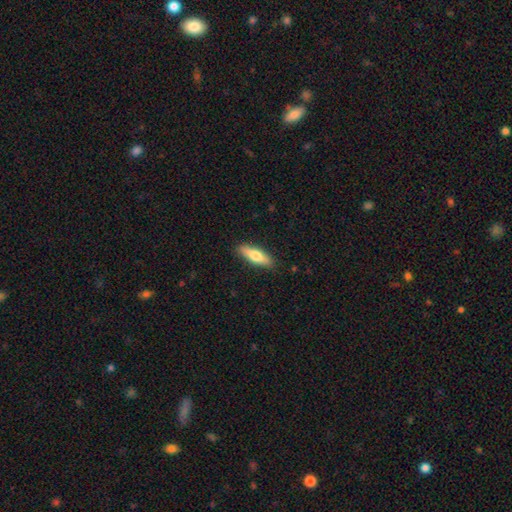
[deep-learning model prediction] Smooth or featured: smooth — 66% (featured or disk — 29%)
How rounded: cigar-shaped — 55% (in between — 43%)
Merging: none — 89% (minor disturbance — 8%)